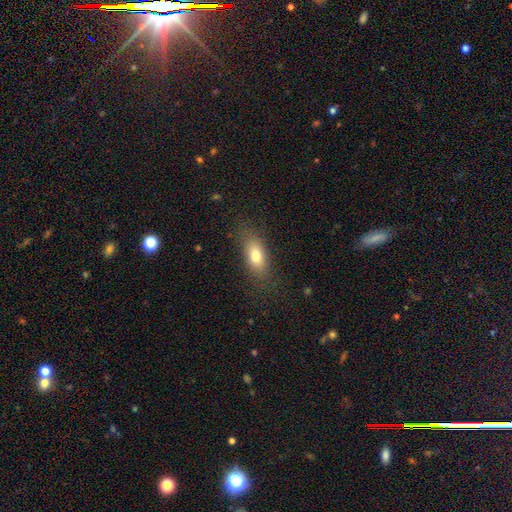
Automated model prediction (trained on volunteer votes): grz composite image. It shows a smooth galaxy with no disk features (77%) that is in between round and cigar-shaped (80%). Merging: none (79%).